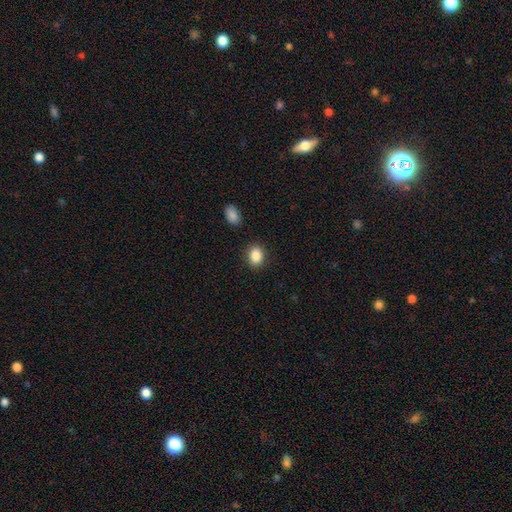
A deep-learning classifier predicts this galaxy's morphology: type=smooth (87%); roundness=in between (60%); merging=none (85%).